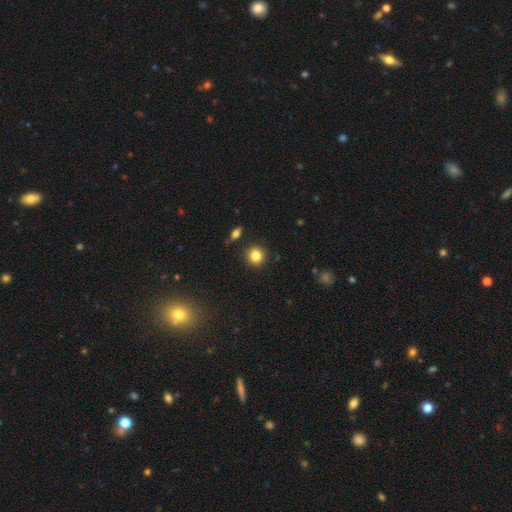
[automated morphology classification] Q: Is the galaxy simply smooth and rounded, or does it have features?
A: smooth — 83%.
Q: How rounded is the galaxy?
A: round — 87%.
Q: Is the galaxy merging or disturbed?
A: none — 88%.